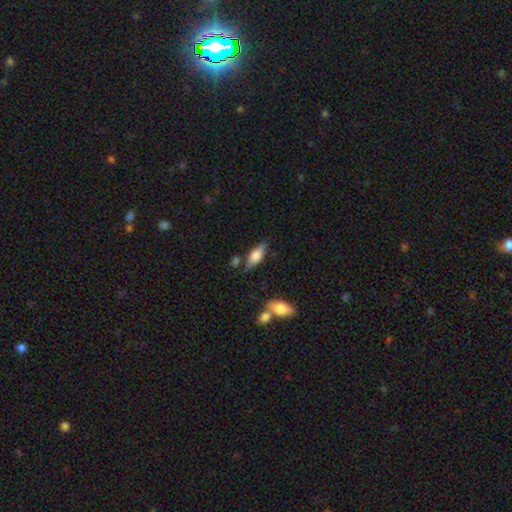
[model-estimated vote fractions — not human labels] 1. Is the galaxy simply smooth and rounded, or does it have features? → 64% smooth, 30% featured or disk, 7% star or artifact.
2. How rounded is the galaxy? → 70% in between, 27% cigar-shaped, 3% round.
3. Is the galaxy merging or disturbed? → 71% none, 17% minor disturbance, 7% merger, 4% major disturbance.